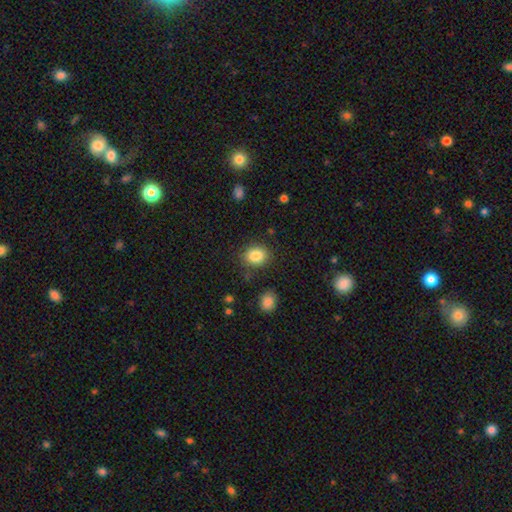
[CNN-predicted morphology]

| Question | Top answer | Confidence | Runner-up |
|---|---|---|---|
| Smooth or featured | smooth | 85% | star or artifact (10%) |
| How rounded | round | 57% | in between (42%) |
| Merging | none | 83% | minor disturbance (11%) |